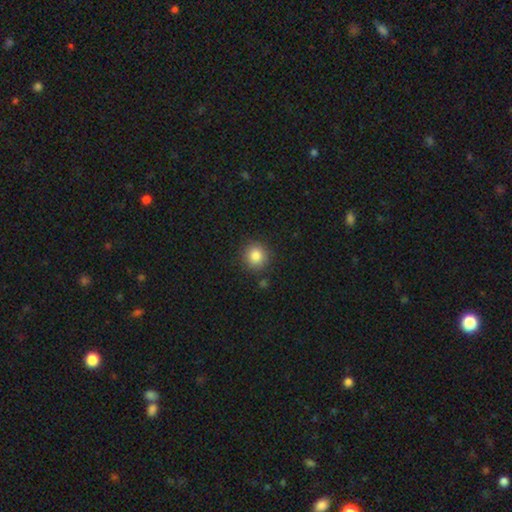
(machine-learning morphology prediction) Smooth or featured? Predicted: smooth (p=0.85). How rounded? Predicted: round (p=0.91). Merging? Predicted: none (p=0.87).